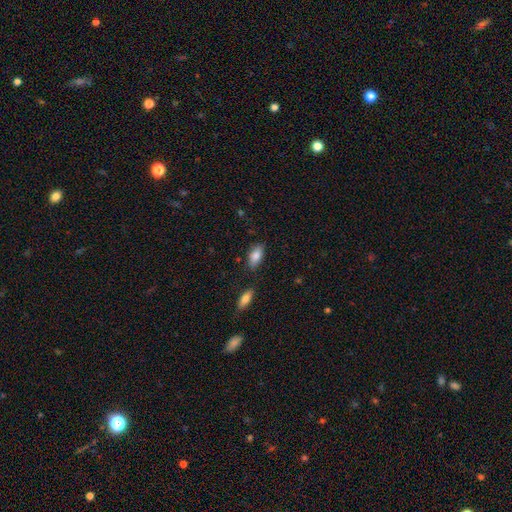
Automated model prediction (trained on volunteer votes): This is clearly a smooth galaxy (83%). How rounded: clearly in between (88%). Merging: likely none (78%).